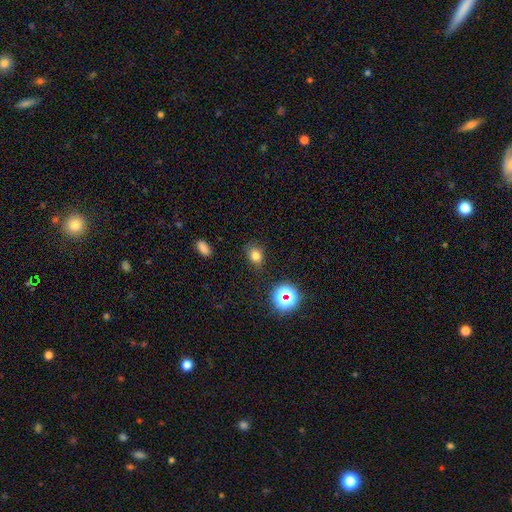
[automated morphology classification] A smooth galaxy with no disk features (75%) that is in between round and cigar-shaped (50%). Merging: none (81%).